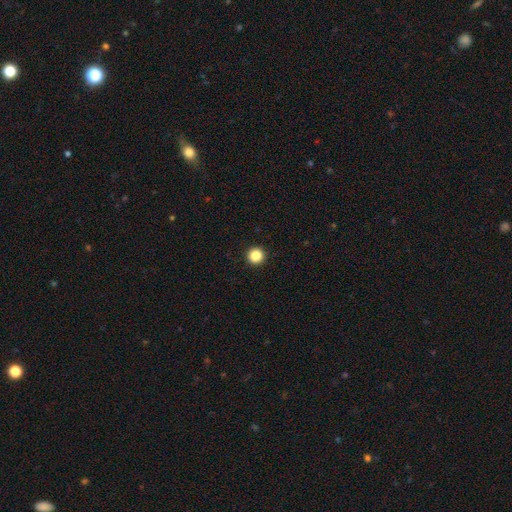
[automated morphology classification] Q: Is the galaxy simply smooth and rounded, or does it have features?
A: smooth — 86%.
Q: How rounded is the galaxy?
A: round — 96%.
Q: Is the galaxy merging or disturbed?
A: none — 94%.